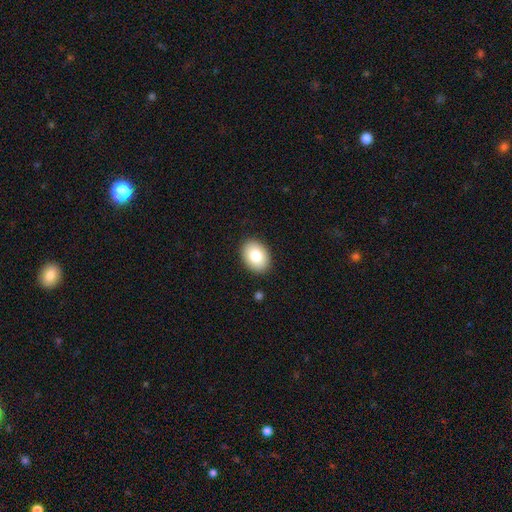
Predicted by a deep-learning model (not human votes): Smooth or featured? Predicted: smooth (p=0.83). How rounded? Predicted: in between (p=0.75). Merging? Predicted: none (p=0.89).